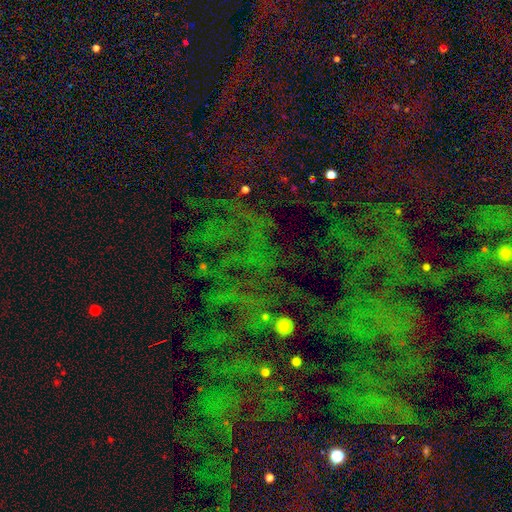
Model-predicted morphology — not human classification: Q: Smooth or featured?
A: star or artifact (72%); runner-up: smooth (14%)